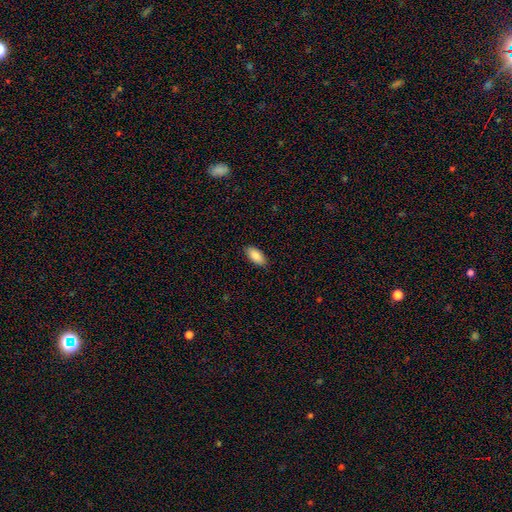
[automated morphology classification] Smooth or featured?
  - smooth: 89% *
  - star or artifact: 6%
  - featured or disk: 5%
How rounded?
  - in between: 90% *
  - cigar-shaped: 8%
  - round: 2%
Merging?
  - none: 88% *
  - minor disturbance: 9%
  - major disturbance: 2%
  - merger: 1%